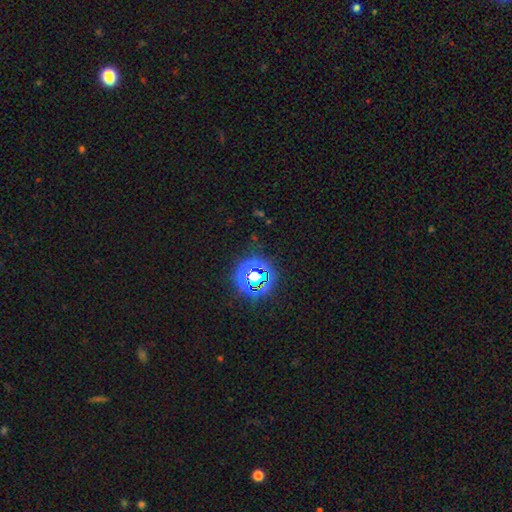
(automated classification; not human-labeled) Smooth or featured: star or artifact — 80% (smooth — 14%)